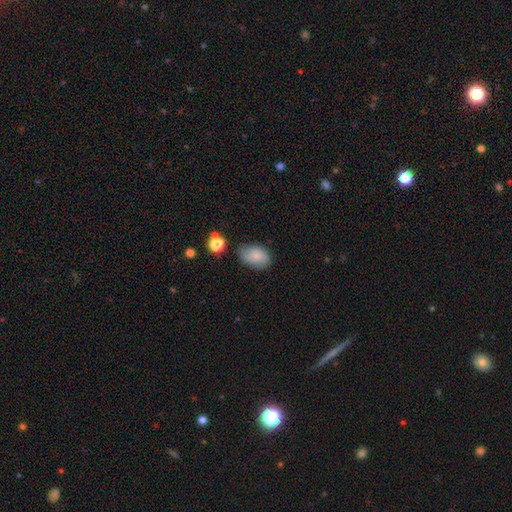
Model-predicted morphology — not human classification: smooth-or-featured: smooth: 76% | featured or disk: 15% | star or artifact: 9%
  how-rounded: in between: 85% | round: 13% | cigar-shaped: 1%
  merging: none: 69% | minor disturbance: 22% | major disturbance: 6% | merger: 4%